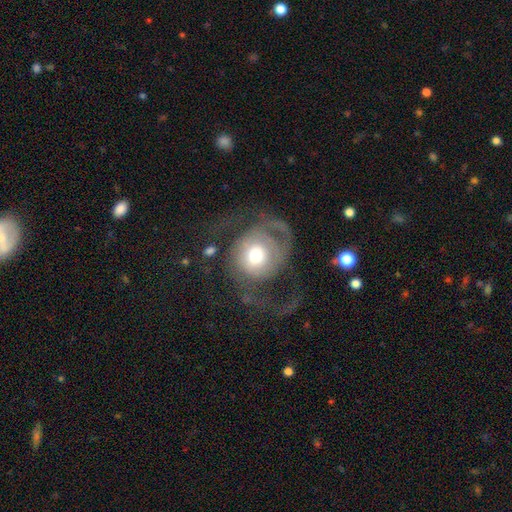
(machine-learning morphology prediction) featured or disk 53%, smooth 39%, star or artifact 7%. Down the decision tree: edge-on disk — no (96%); bar — no (79%); spiral arms — yes (58%); bulge size — moderate (59%); merging — major disturbance (57%).